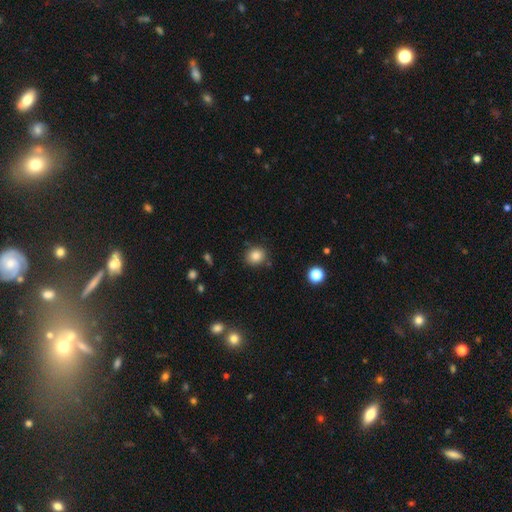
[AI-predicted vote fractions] Smooth or featured? Predicted: smooth (p=0.84). How rounded? Predicted: round (p=0.74). Merging? Predicted: none (p=0.84).